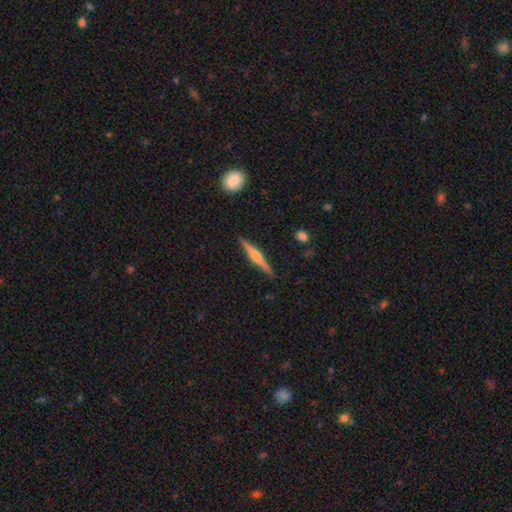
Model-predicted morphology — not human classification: This is likely a featured or disk galaxy (68%). It is clearly viewed edge-on (98%). Edge-on bulge: likely rounded (69%). Merging: clearly none (90%).